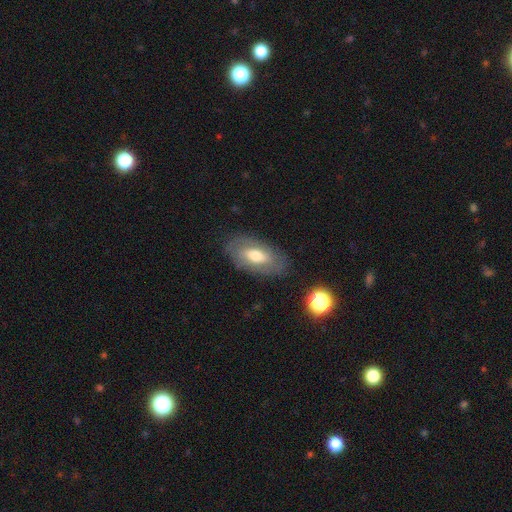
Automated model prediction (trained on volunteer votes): Smooth or featured?
  - smooth: 48% *
  - featured or disk: 45%
  - star or artifact: 7%
Merging?
  - none: 79% *
  - minor disturbance: 14%
  - major disturbance: 5%
  - merger: 2%